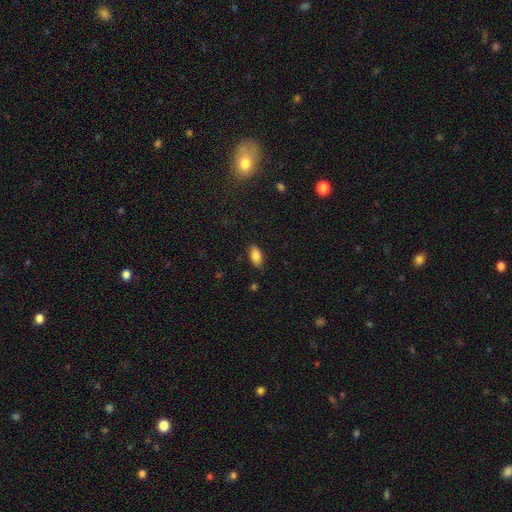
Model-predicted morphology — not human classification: A smooth galaxy with no disk features (85%) that is in between round and cigar-shaped (91%). Merging: none (85%).